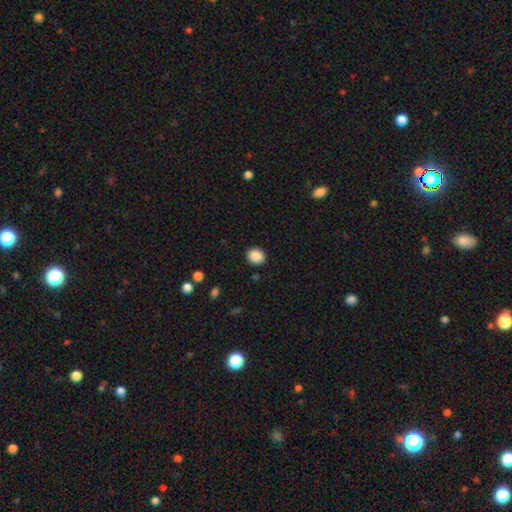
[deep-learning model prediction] Q: Smooth or featured?
A: smooth (88%); runner-up: star or artifact (9%)
Q: How rounded?
A: round (78%); runner-up: in between (21%)
Q: Merging?
A: none (91%); runner-up: minor disturbance (6%)